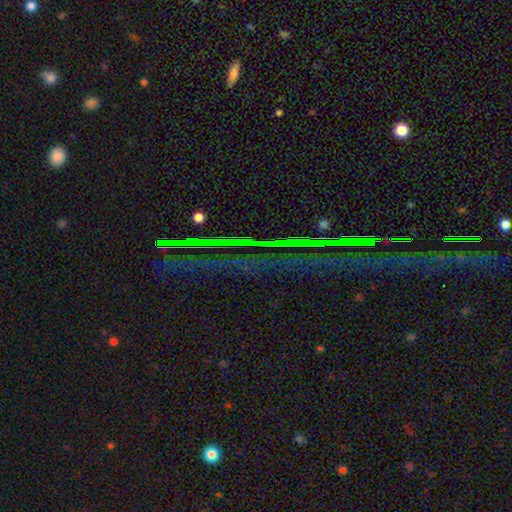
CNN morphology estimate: smooth-or-featured: star or artifact: 85% | featured or disk: 8% | smooth: 7%